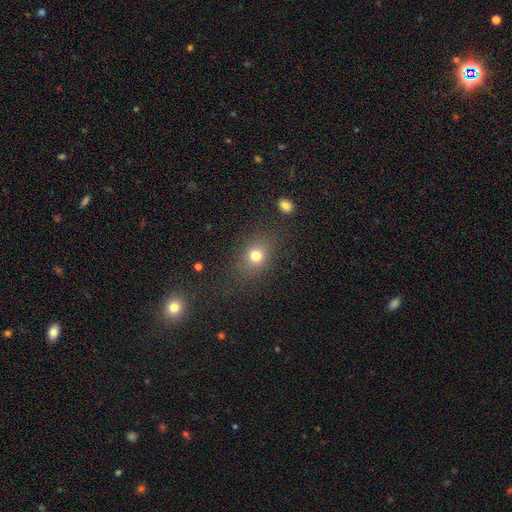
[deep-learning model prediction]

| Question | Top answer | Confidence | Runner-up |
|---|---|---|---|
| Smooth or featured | smooth | 76% | star or artifact (15%) |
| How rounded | round | 59% | in between (39%) |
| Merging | none | 78% | minor disturbance (13%) |